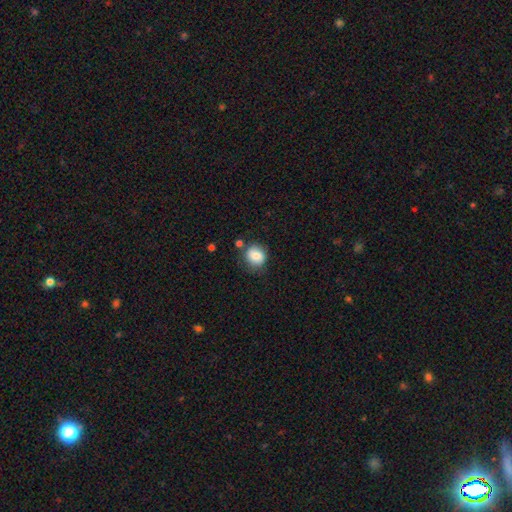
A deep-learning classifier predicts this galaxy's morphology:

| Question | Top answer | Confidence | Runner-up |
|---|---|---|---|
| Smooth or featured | smooth | 82% | featured or disk (10%) |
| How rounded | round | 76% | in between (23%) |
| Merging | none | 71% | minor disturbance (17%) |